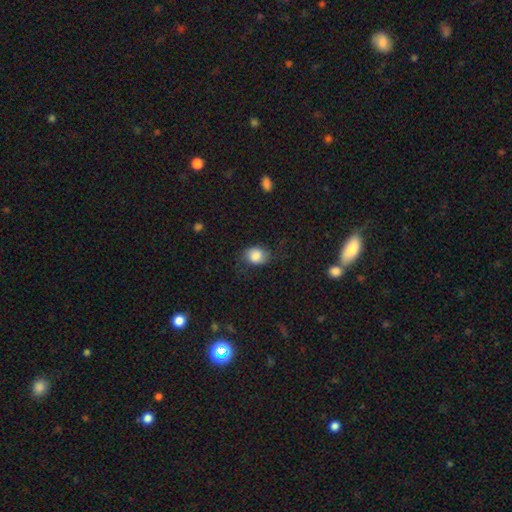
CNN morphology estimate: Q: Smooth or featured?
A: smooth (78%); runner-up: featured or disk (13%)
Q: How rounded?
A: in between (52%); runner-up: round (47%)
Q: Merging?
A: none (63%); runner-up: minor disturbance (25%)